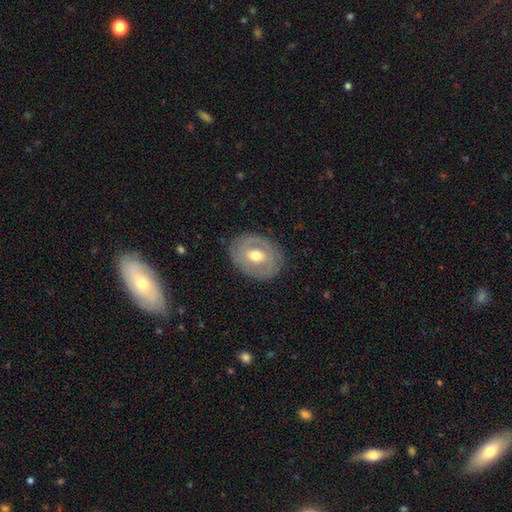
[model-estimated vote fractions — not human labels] A featured or disk galaxy (64%) with no bar (49%), spiral arms (51%) and a moderate central bulge (75%).

Vote fractions:
- Smooth or featured? featured or disk: 64% / smooth: 30% / star or artifact: 6%
- Edge-on disk? no: 94% / yes: 6%
- Bar? no: 49% / weak: 36% / strong: 14%
- Spiral arms? yes: 51% / no: 49%
- Bulge size? moderate: 75% / small: 15% / large: 8% / dominant: 1% / none: 1%
- Merging? none: 81% / minor disturbance: 13% / major disturbance: 5% / merger: 1%